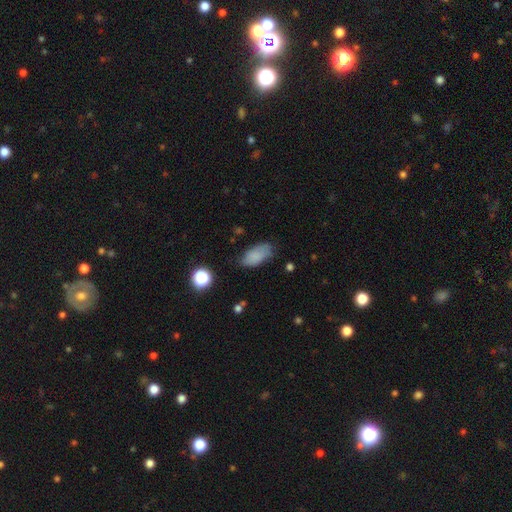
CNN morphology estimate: The model was most divided on "merging": none: 64%, minor disturbance: 27%, major disturbance: 7%, merger: 2%. More confident: how rounded — in between (91%); smooth or featured — smooth (80%).